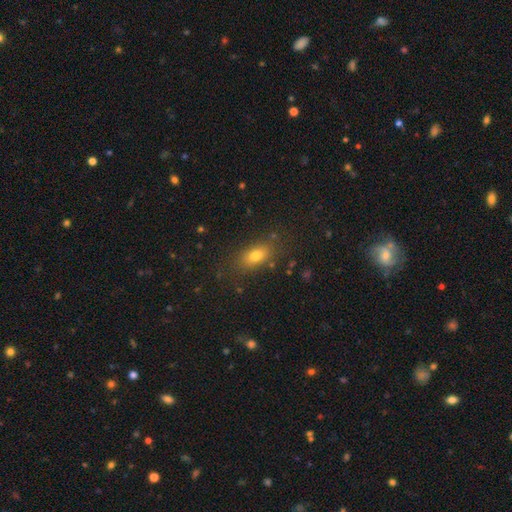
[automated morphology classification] Smooth or featured: smooth — 76% (star or artifact — 12%)
How rounded: in between — 79% (round — 13%)
Merging: none — 80% (minor disturbance — 13%)